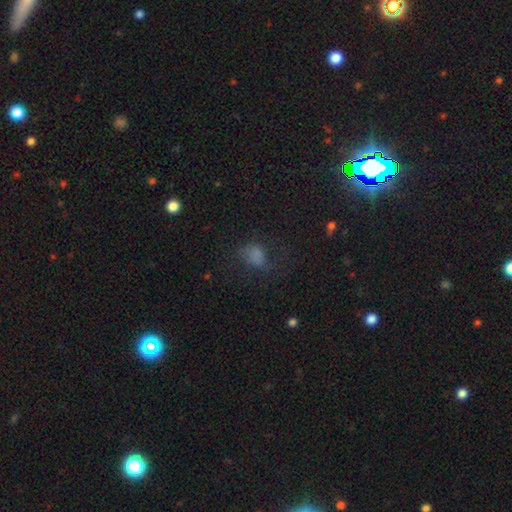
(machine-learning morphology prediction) This appears to be a smooth galaxy with no disk features (56%) that is in between round and cigar-shaped (56%). Merging: none (52%).